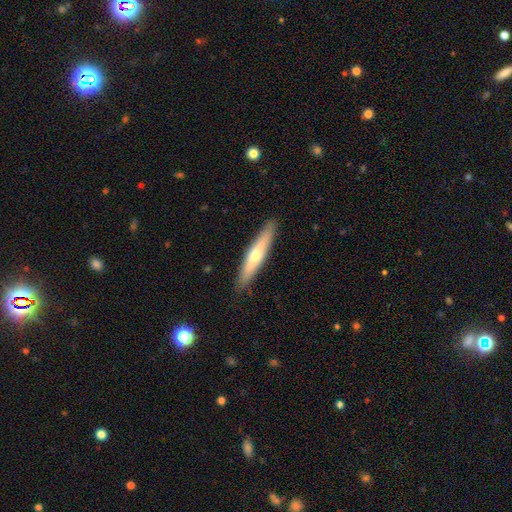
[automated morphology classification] The model was most divided on "smooth or featured": featured or disk: 48%, smooth: 47%, star or artifact: 5%. More confident: merging — none (90%).